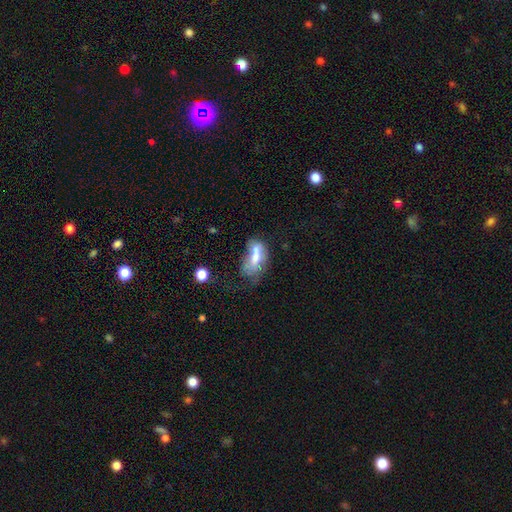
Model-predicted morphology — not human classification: smooth 56%, featured or disk 34%, star or artifact 10%. Down the decision tree: how rounded — in between (82%); merging — merger (34%).